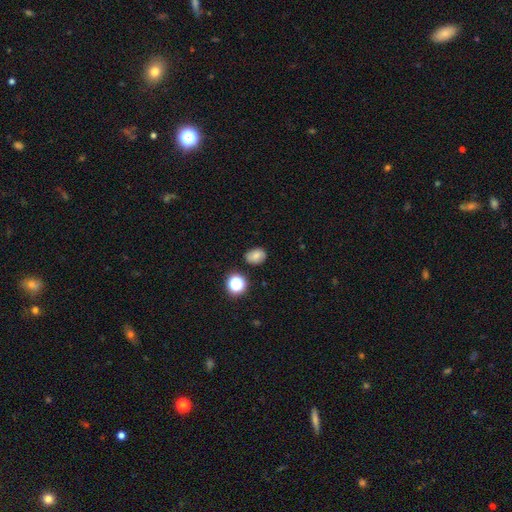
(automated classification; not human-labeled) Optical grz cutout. It shows a smooth galaxy with no disk features (76%) that is in between round and cigar-shaped (61%). Merging: none (81%).